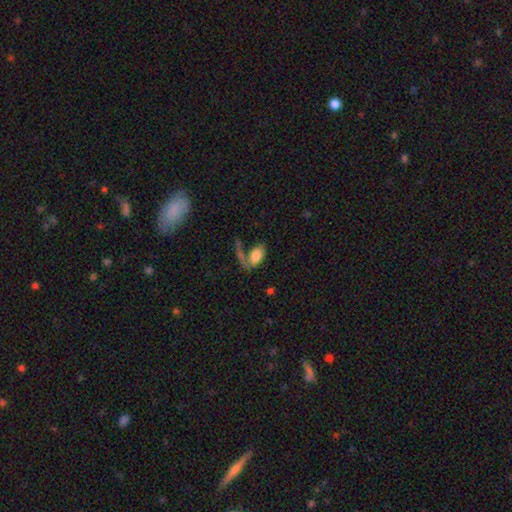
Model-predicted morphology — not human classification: smooth_or_featured: smooth (p=0.74) [alt: featured or disk p=0.18]
how_rounded: in between (p=0.92) [alt: round p=0.05]
merging: none (p=0.39) [alt: merger p=0.28]